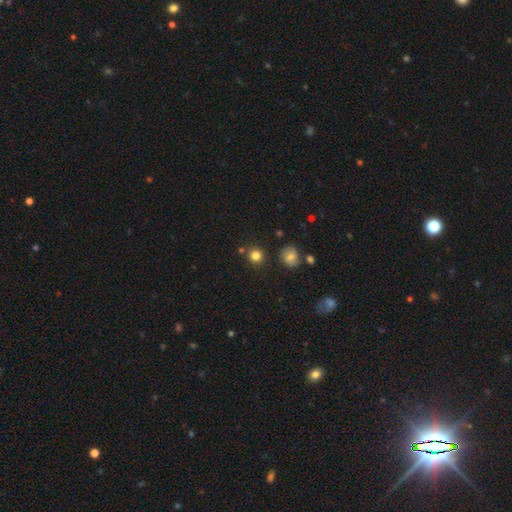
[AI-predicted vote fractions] Smooth or featured: smooth — 82% (star or artifact — 13%)
How rounded: round — 91% (in between — 8%)
Merging: none — 82% (minor disturbance — 8%)